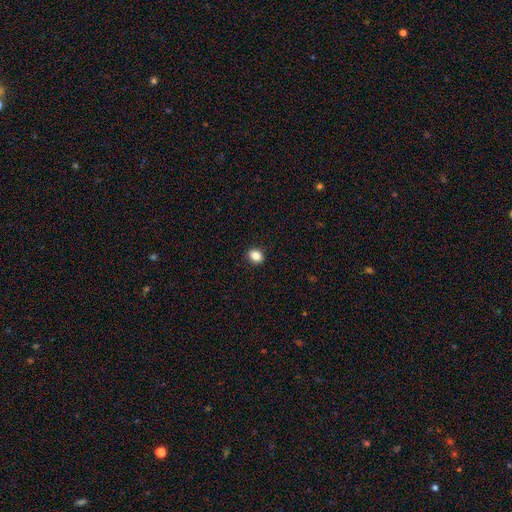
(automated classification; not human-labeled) smooth 85%, star or artifact 10%, featured or disk 5%. Down the decision tree: how rounded — round (55%); merging — none (91%).